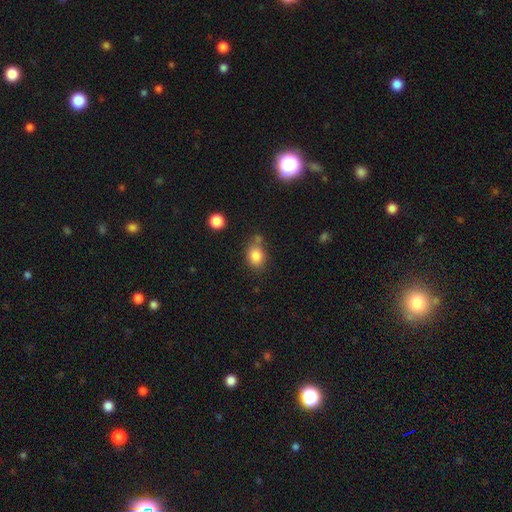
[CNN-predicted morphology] Overall: smooth (84%). How rounded: in between (53%; round 46%). Merging: none (64%).